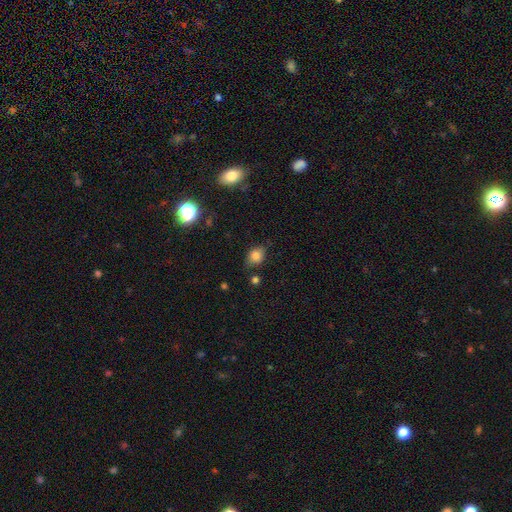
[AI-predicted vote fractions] Q: Smooth or featured?
A: smooth (77%); runner-up: star or artifact (12%)
Q: How rounded?
A: in between (62%); runner-up: round (36%)
Q: Merging?
A: none (68%); runner-up: minor disturbance (24%)